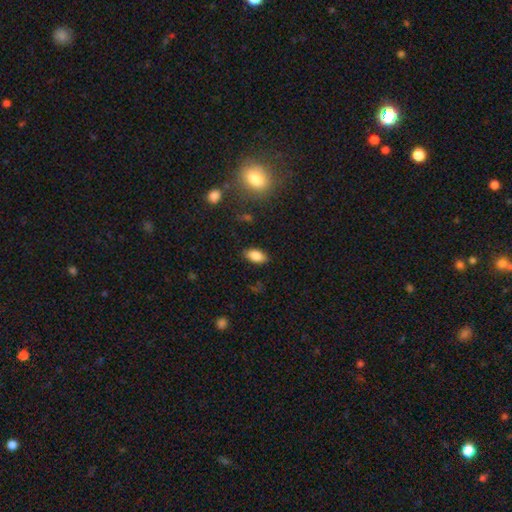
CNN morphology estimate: smooth-or-featured: smooth: 84% | star or artifact: 9% | featured or disk: 7%
  how-rounded: in between: 91% | cigar-shaped: 5% | round: 4%
  merging: none: 86% | minor disturbance: 10% | major disturbance: 3% | merger: 1%